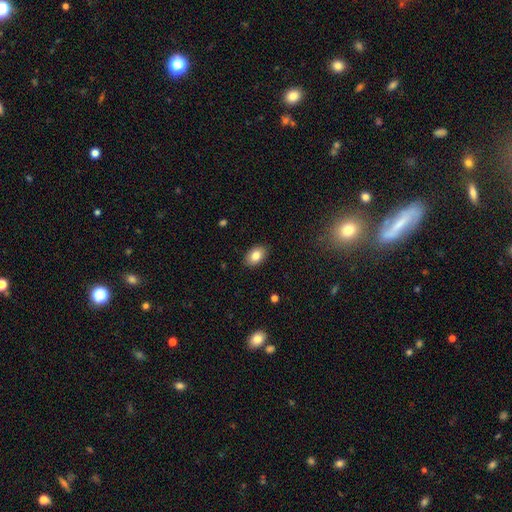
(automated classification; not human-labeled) Smooth or featured? Predicted: smooth (p=0.83). How rounded? Predicted: in between (p=0.88). Merging? Predicted: none (p=0.88).